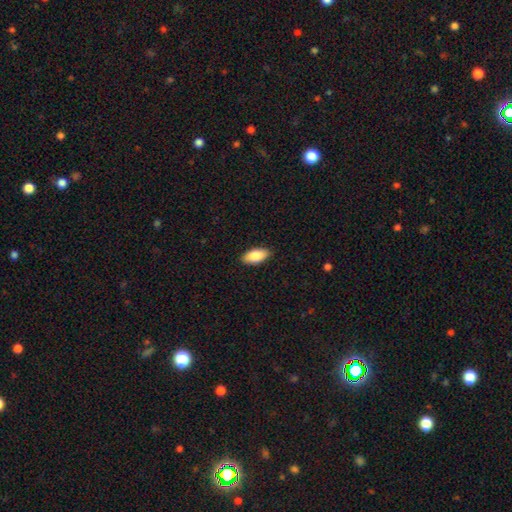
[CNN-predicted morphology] smooth-or-featured: smooth: 87% | featured or disk: 7% | star or artifact: 6%
  how-rounded: in between: 93% | cigar-shaped: 5% | round: 2%
  merging: none: 88% | minor disturbance: 9% | major disturbance: 2% | merger: 1%